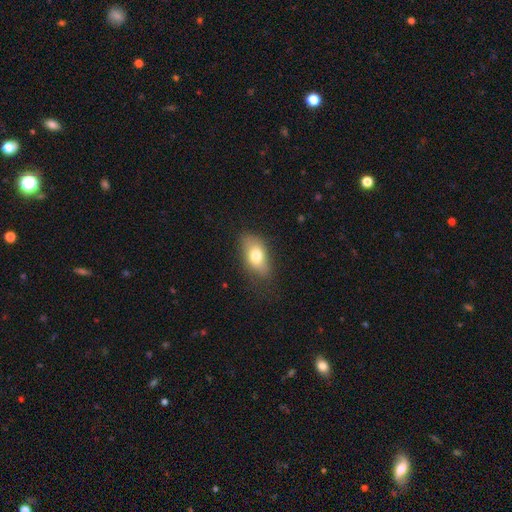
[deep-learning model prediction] Smooth or featured? smooth (73%)
How rounded? in between (87%)
Merging? none (74%)